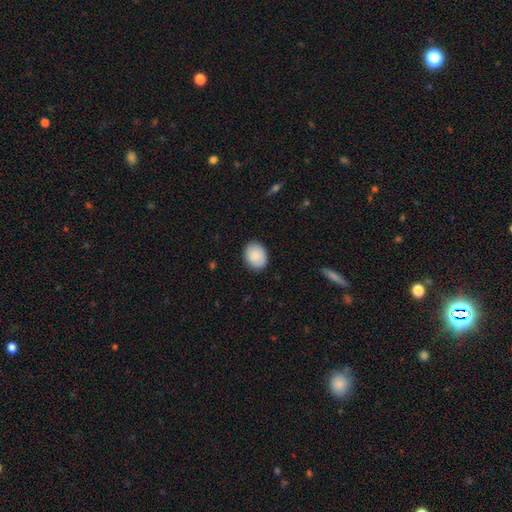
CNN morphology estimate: Q: Smooth or featured?
A: smooth (88%); runner-up: star or artifact (6%)
Q: How rounded?
A: in between (54%); runner-up: round (45%)
Q: Merging?
A: none (88%); runner-up: minor disturbance (9%)